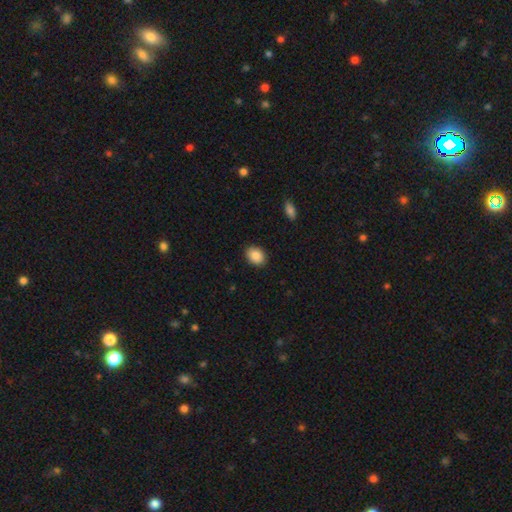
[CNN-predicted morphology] Smooth or featured? smooth (89%)
How rounded? in between (69%)
Merging? none (89%)